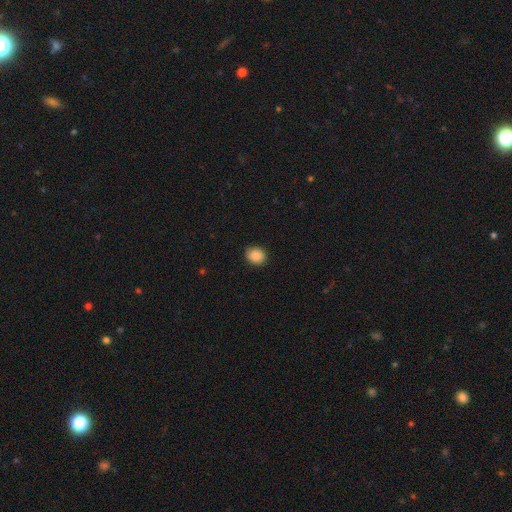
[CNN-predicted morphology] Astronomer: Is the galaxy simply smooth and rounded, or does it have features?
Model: smooth — 89%.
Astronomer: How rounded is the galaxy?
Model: round — 63%.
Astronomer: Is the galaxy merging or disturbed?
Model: none — 89%.